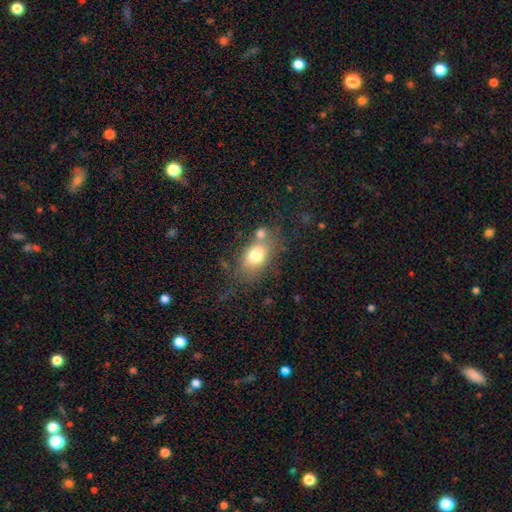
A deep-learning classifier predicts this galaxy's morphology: A smooth galaxy with no disk features (74%) that is in between round and cigar-shaped (76%).

Vote fractions:
- Smooth or featured? smooth: 74% / featured or disk: 16% / star or artifact: 10%
- How rounded? in between: 76% / round: 22% / cigar-shaped: 2%
- Merging? none: 52% / merger: 22% / minor disturbance: 17% / major disturbance: 8%